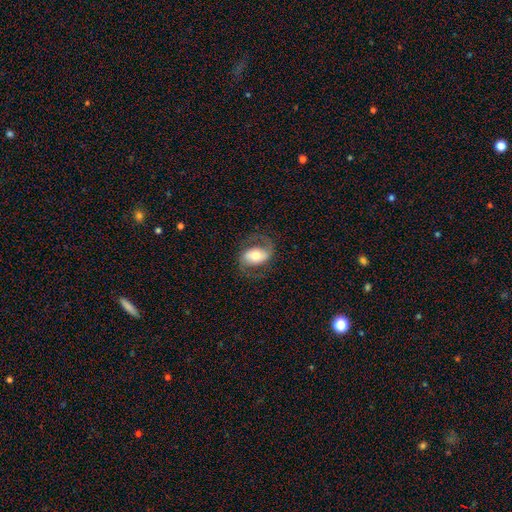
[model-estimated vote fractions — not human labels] This appears to be a featured or disk galaxy (71%) with no bar (38%), 2 (87%) medium (48%) spiral arms (89%) and a moderate central bulge (63%). Merging: none (72%).